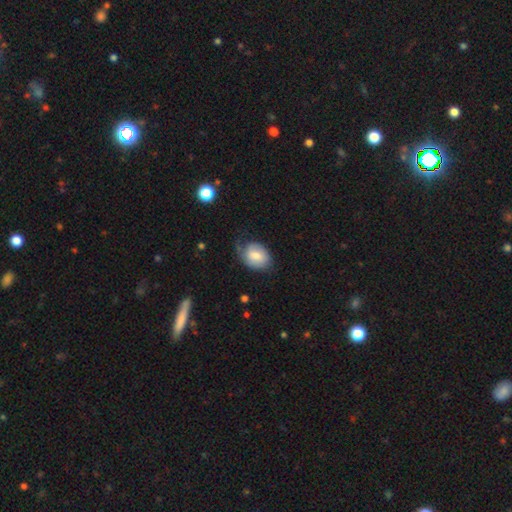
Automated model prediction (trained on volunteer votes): smooth_or_featured: smooth (p=0.66) [alt: featured or disk p=0.27]
how_rounded: in between (p=0.60) [alt: round p=0.39]
merging: none (p=0.51) [alt: minor disturbance p=0.32]